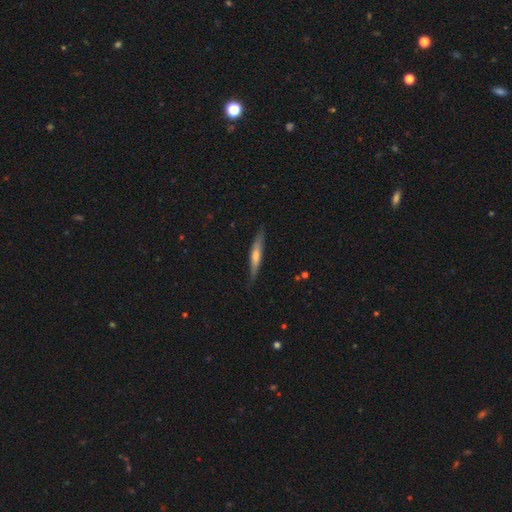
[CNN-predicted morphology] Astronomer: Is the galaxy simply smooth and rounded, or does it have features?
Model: featured or disk — 59% (runner-up: smooth, 34%).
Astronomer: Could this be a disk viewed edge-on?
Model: yes — 94%.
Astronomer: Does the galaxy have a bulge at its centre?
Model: rounded — 67%.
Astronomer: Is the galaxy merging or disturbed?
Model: none — 84%.